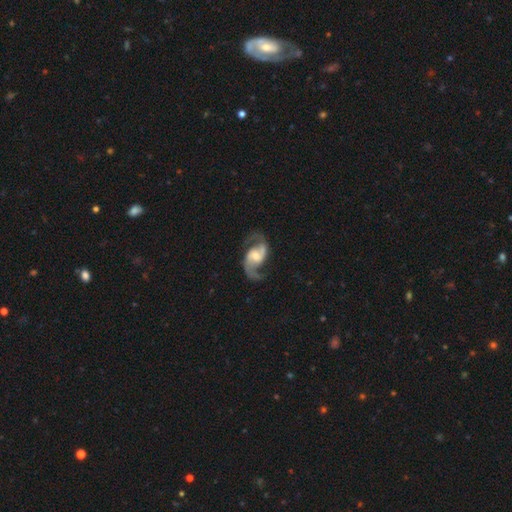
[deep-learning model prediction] smooth-or-featured: featured or disk: 90% | smooth: 5% | star or artifact: 4%
  disk-edge-on: no: 98% | yes: 2%
    bar: weak: 50% | no: 30% | strong: 20%
    has-spiral-arms: yes: 97% | no: 3%
      spiral-winding: loose: 46% (tied) | medium: 46% (tied) | tight: 9%
      spiral-arm-count: 2: 94% | can't tell: 2% | 1: 2% | 3: 1% | 4: 1% | more than 4: 1%
    bulge-size: moderate: 48% | small: 32% | large: 12% | none: 7% | dominant: 2%
  merging: none: 76% | minor disturbance: 13% | major disturbance: 9% | merger: 2%